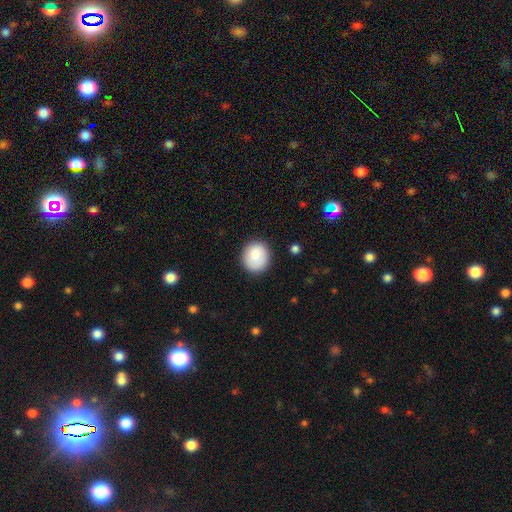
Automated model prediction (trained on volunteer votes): smooth_or_featured: smooth (p=0.83) [alt: featured or disk p=0.10]
how_rounded: round (p=0.80) [alt: in between p=0.20]
merging: none (p=0.84) [alt: minor disturbance p=0.12]